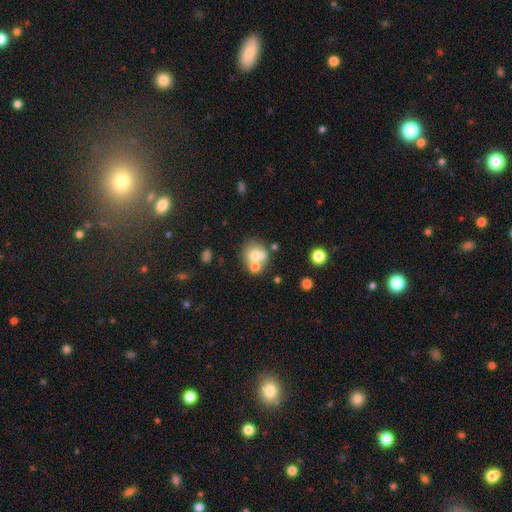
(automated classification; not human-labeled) A smooth galaxy with no disk features (64%) that is round (72%). Merging: merger (43%).